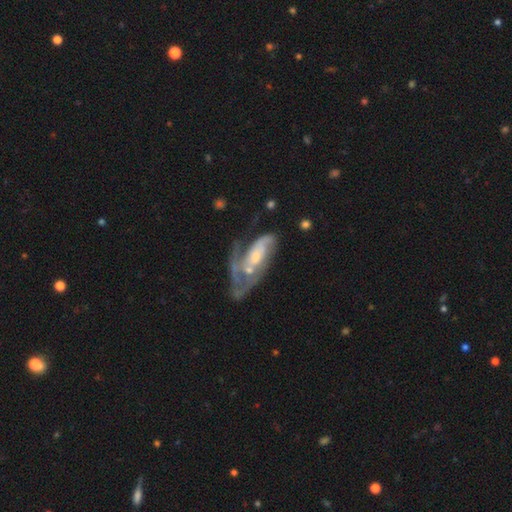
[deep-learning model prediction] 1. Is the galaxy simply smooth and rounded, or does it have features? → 77% featured or disk, 16% smooth, 7% star or artifact.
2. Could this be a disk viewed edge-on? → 92% no, 8% yes.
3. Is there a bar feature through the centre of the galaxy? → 63% no, 28% weak, 9% strong.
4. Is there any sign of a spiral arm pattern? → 82% yes, 18% no.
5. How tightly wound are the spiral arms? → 41% tight, 38% medium, 21% loose.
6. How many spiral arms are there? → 40% 2, 25% 1, 25% can't tell, 6% 3, 2% 4, 2% more than 4.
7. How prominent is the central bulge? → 52% small, 36% moderate, 6% none, 4% large, 1% dominant.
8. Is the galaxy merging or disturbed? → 32% major disturbance, 29% none, 20% merger, 19% minor disturbance.